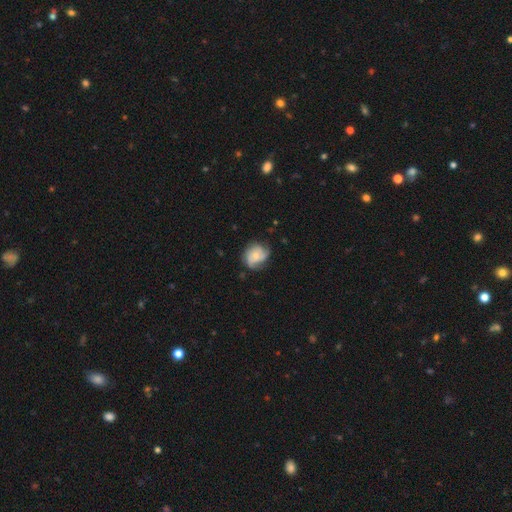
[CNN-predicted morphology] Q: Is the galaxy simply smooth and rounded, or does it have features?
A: featured or disk — 49%.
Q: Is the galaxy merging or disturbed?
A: none — 60%.